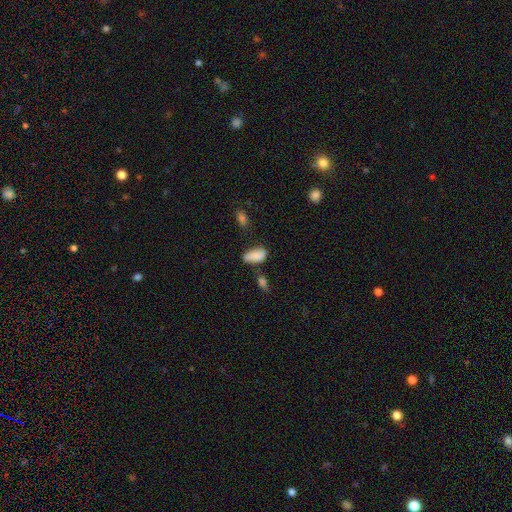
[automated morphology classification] smooth-or-featured: smooth: 83% | featured or disk: 9% | star or artifact: 8%
  how-rounded: in between: 91% | cigar-shaped: 5% | round: 4%
  merging: none: 52% | minor disturbance: 28% | merger: 11% | major disturbance: 9%